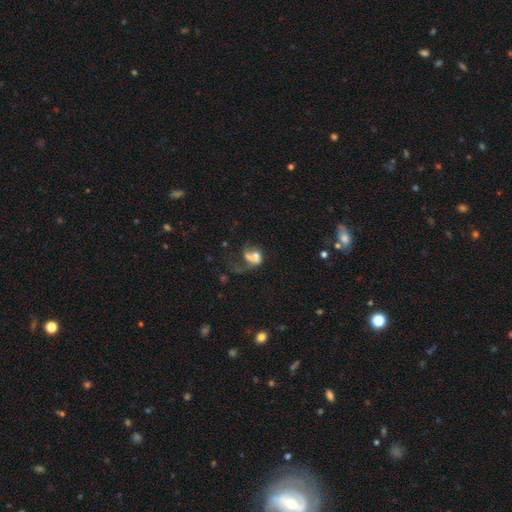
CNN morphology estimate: Q: Smooth or featured?
A: smooth (48%); runner-up: featured or disk (39%)
Q: Merging?
A: major disturbance (43%); runner-up: merger (27%)